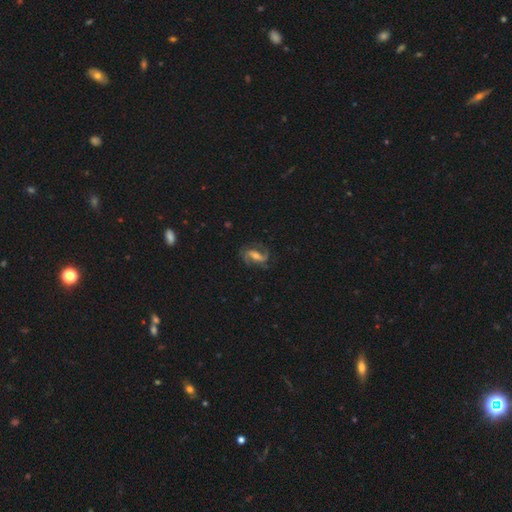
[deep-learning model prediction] featured or disk 83%, smooth 10%, star or artifact 7%. Down the decision tree: edge-on disk — no (96%); bar — weak (40%); spiral arms — yes (95%); spiral arm count — 2 (85%); spiral winding — medium (46%); bulge size — moderate (51%); merging — none (75%).